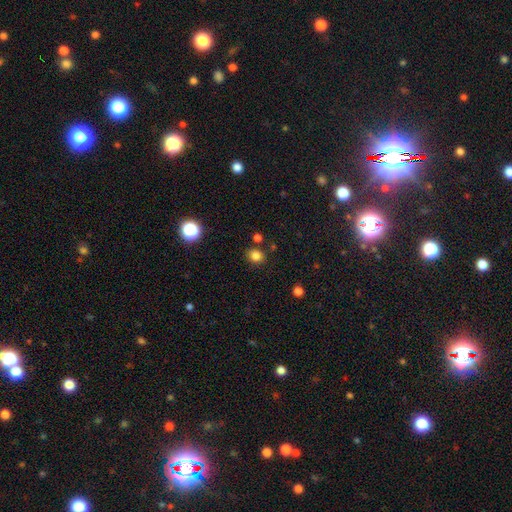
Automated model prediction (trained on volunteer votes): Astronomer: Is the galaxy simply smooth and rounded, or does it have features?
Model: smooth — 82%.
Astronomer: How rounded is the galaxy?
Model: round — 67%.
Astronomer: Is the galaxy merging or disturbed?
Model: none — 83%.